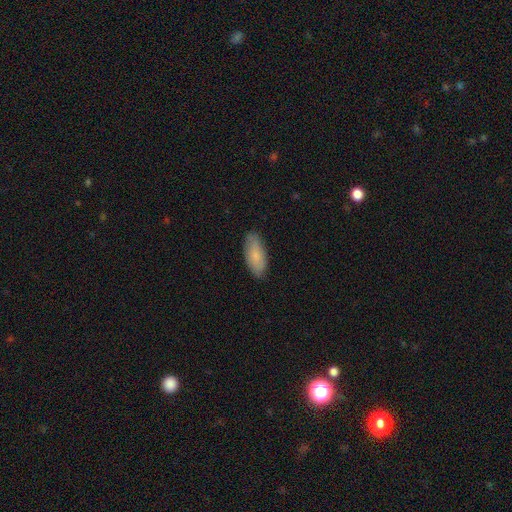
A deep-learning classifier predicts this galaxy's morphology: Smooth or featured?
  - smooth: 79% *
  - featured or disk: 15%
  - star or artifact: 6%
How rounded?
  - in between: 82% *
  - cigar-shaped: 16%
  - round: 2%
Merging?
  - none: 83% *
  - minor disturbance: 14%
  - major disturbance: 2%
  - merger: 1%